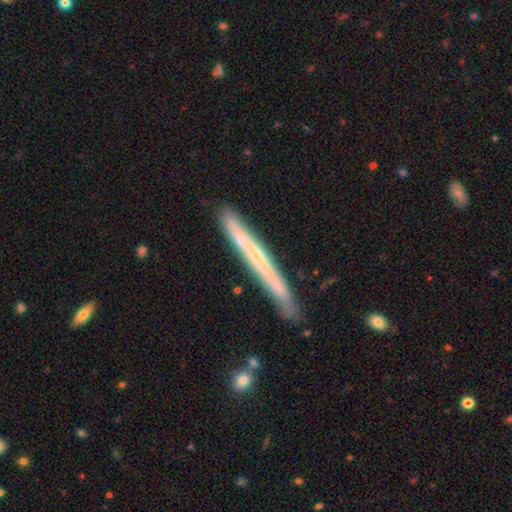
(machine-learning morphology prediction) Overall: featured or disk (58%; smooth 36%). Edge-on disk: yes (91%). Edge-on bulge: none (74%). Merging: none (81%).